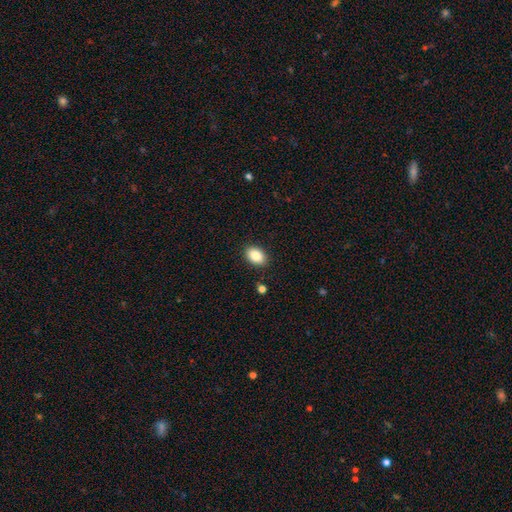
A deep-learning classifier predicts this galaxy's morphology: Smooth or featured? Predicted: smooth (p=0.86). How rounded? Predicted: in between (p=0.80). Merging? Predicted: none (p=0.89).